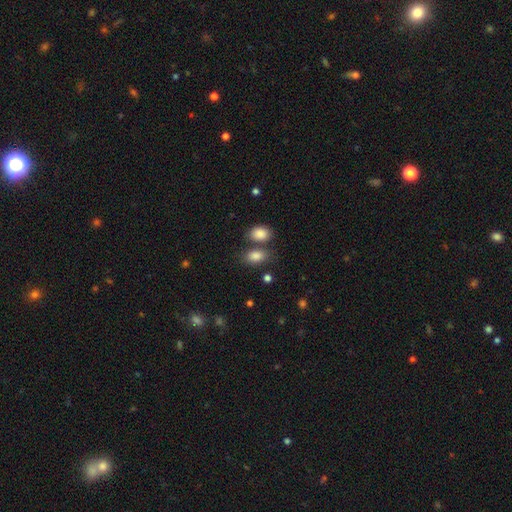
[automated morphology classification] This is clearly a smooth galaxy (85%). How rounded: clearly in between (86%). Merging: likely none (60%).